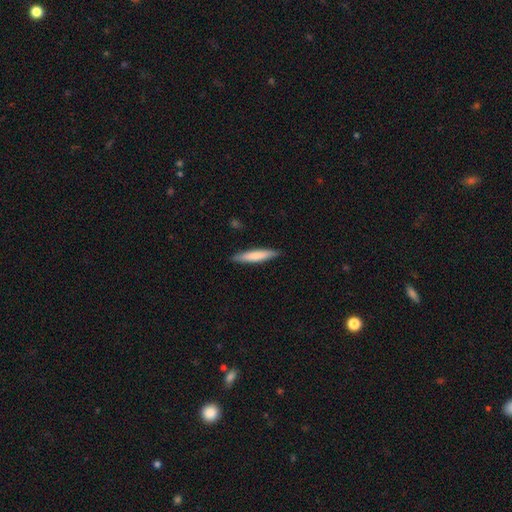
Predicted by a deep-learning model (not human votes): Smooth or featured? smooth (74%)
How rounded? cigar-shaped (90%)
Merging? none (89%)